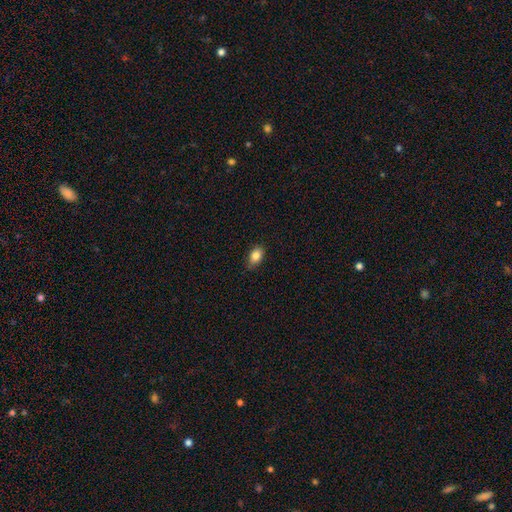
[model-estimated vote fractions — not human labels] smooth-or-featured: smooth: 84% | star or artifact: 8% | featured or disk: 7%
  how-rounded: in between: 84% | round: 13% | cigar-shaped: 3%
  merging: none: 78% | minor disturbance: 18% | major disturbance: 3% | merger: 1%